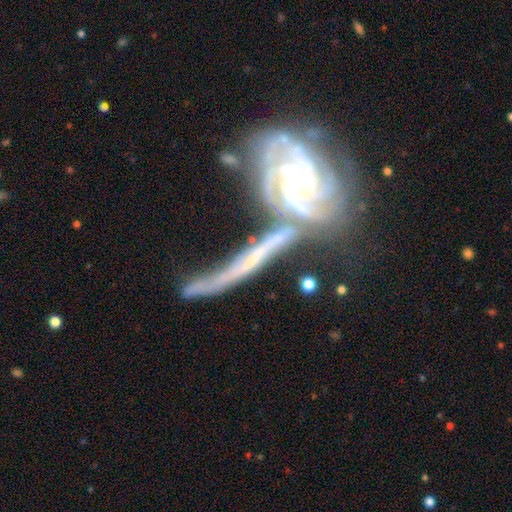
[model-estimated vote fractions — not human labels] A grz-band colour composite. It shows a featured or disk galaxy (82%) with no bar (54%), tight (60%) spiral arms (93%) and a moderate central bulge (44%). Merging: merger (43%).